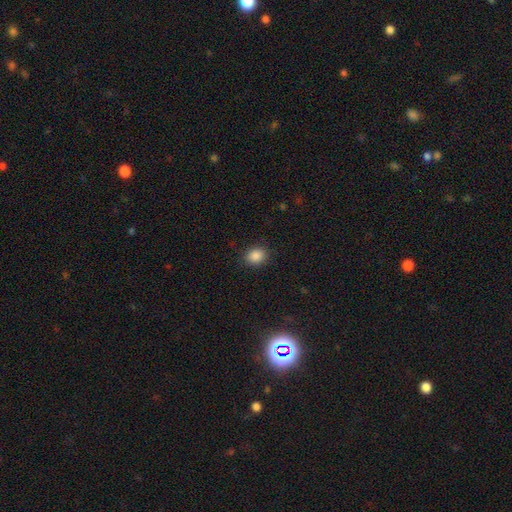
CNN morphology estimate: Smooth or featured? Predicted: smooth (p=0.87). How rounded? Predicted: in between (p=0.51). Merging? Predicted: none (p=0.88).